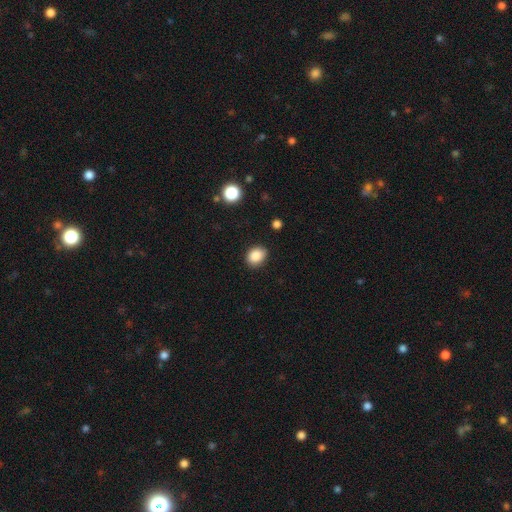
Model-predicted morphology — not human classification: Smooth or featured? smooth (87%)
How rounded? in between (57%)
Merging? none (84%)